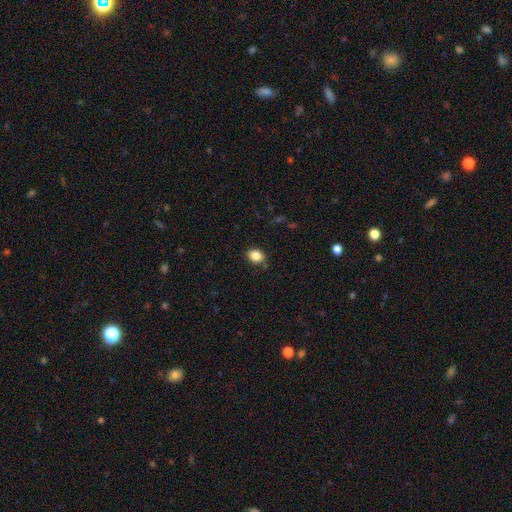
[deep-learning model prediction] smooth-or-featured: smooth: 85% | star or artifact: 10% | featured or disk: 5%
  how-rounded: in between: 52% | round: 47% | cigar-shaped: 1%
  merging: none: 77% | minor disturbance: 18% | major disturbance: 4% | merger: 2%